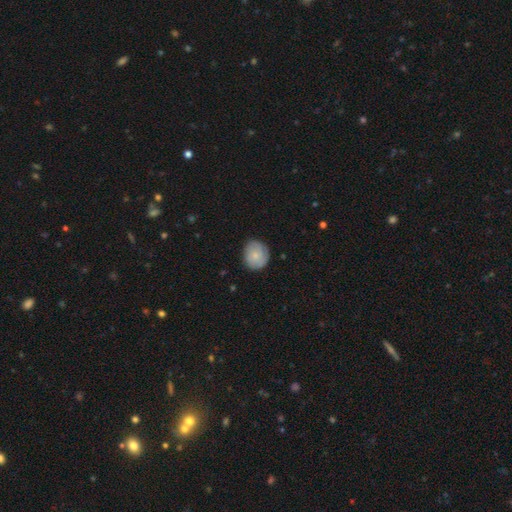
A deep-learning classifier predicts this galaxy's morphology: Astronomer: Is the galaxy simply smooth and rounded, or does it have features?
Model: smooth — 74%.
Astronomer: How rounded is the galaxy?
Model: round — 82%.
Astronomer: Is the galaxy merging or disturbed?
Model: none — 81%.